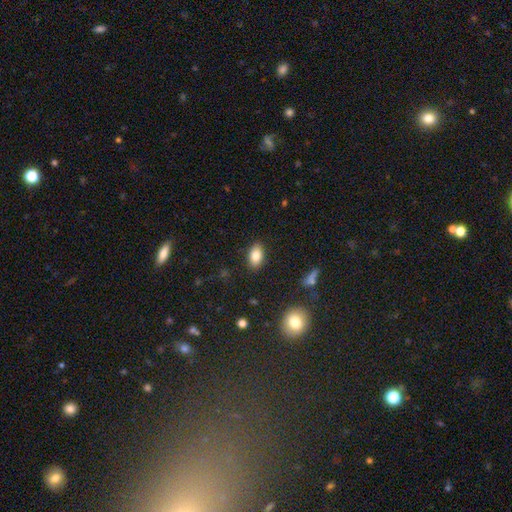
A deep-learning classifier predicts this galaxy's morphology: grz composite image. It shows a smooth galaxy with no disk features (84%) that is in between round and cigar-shaped (90%). Merging: none (88%).